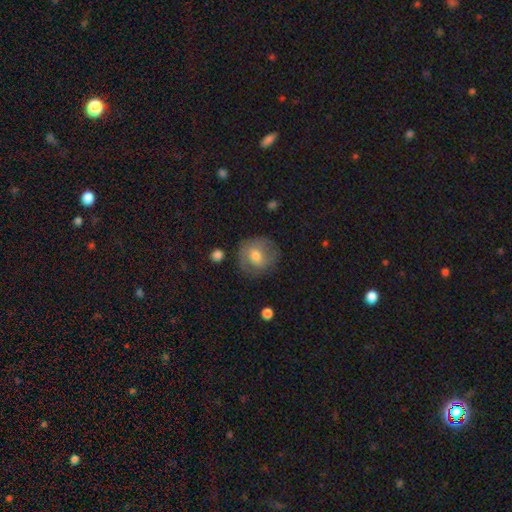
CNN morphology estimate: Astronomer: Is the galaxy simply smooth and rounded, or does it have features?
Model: smooth — 61%.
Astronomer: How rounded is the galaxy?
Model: round — 83%.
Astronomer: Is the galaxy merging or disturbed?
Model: none — 71%.